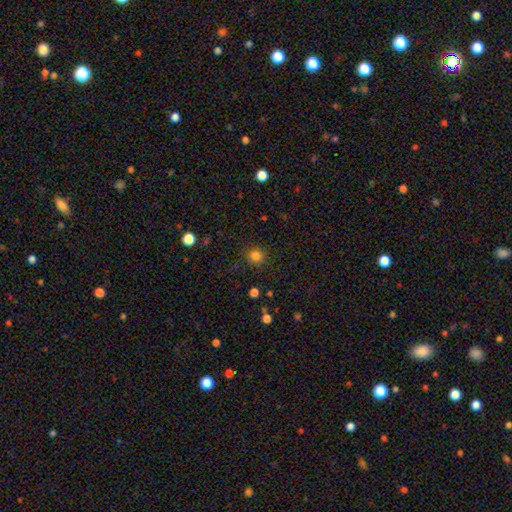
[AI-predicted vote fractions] This is clearly a smooth galaxy (81%). How rounded: clearly round (91%). Merging: clearly none (87%).